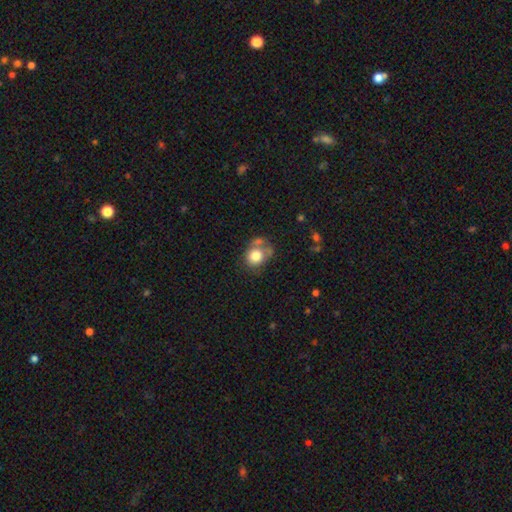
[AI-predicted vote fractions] Smooth or featured? smooth (76%)
How rounded? round (69%)
Merging? none (45%)